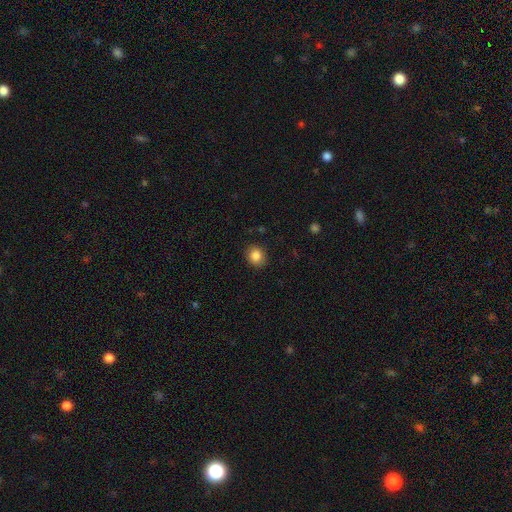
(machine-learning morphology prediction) This appears to be a smooth galaxy with no disk features (85%) that is round (68%). Merging: none (87%).